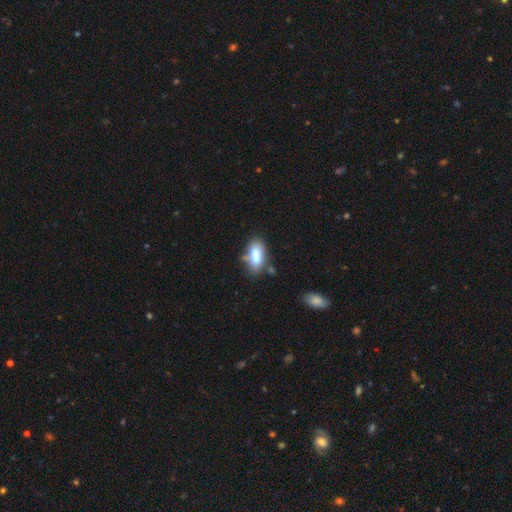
Smooth or featured?
  - smooth: 78% *
  - featured or disk: 19%
  - star or artifact: 3%
How rounded?
  - in between: 76% *
  - cigar-shaped: 24%
  - round: 0%
Merging?
  - none: 69% *
  - merger: 14%
  - minor disturbance: 11%
  - major disturbance: 6%